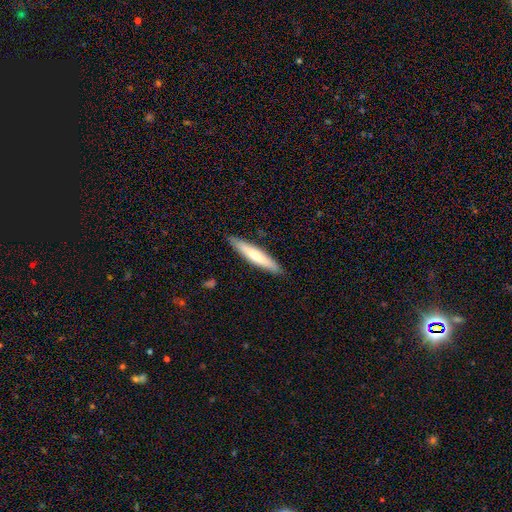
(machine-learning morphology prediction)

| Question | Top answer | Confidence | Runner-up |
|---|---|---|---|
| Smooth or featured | smooth | 64% | featured or disk (31%) |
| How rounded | cigar-shaped | 91% | in between (8%) |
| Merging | none | 89% | minor disturbance (9%) |